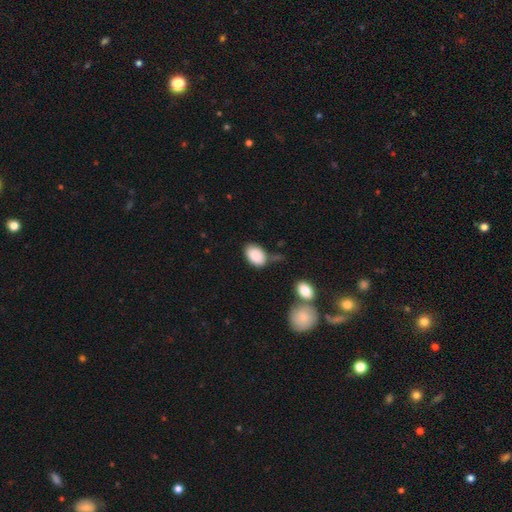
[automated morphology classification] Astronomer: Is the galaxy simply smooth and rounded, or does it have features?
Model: smooth — 88%.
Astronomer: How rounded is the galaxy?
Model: in between — 88%.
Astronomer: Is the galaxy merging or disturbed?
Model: none — 60%.